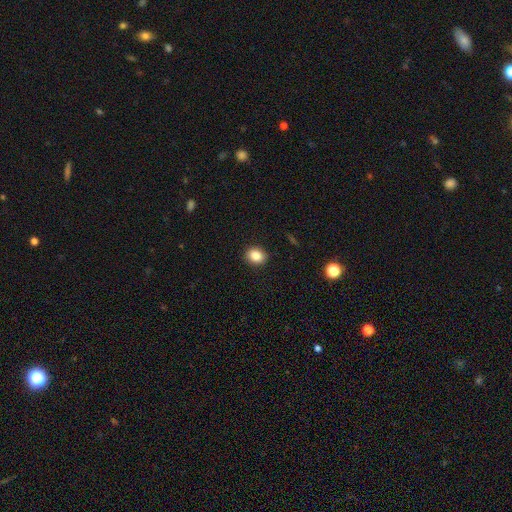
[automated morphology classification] Q: Smooth or featured?
A: smooth (86%); runner-up: star or artifact (9%)
Q: How rounded?
A: round (51%); runner-up: in between (48%)
Q: Merging?
A: none (90%); runner-up: minor disturbance (7%)